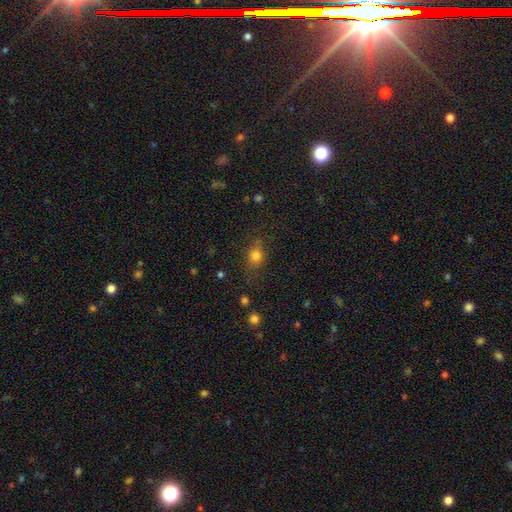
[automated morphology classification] Smooth or featured?
  - smooth: 78% *
  - star or artifact: 14%
  - featured or disk: 8%
How rounded?
  - round: 65% *
  - in between: 33%
  - cigar-shaped: 2%
Merging?
  - none: 73% *
  - minor disturbance: 18%
  - major disturbance: 7%
  - merger: 2%